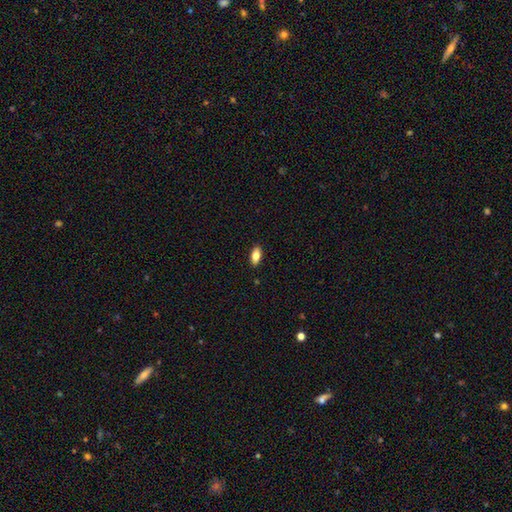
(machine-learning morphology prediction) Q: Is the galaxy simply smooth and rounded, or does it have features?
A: smooth — 81%.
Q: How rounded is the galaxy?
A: in between — 88%.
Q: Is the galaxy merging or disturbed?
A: none — 90%.